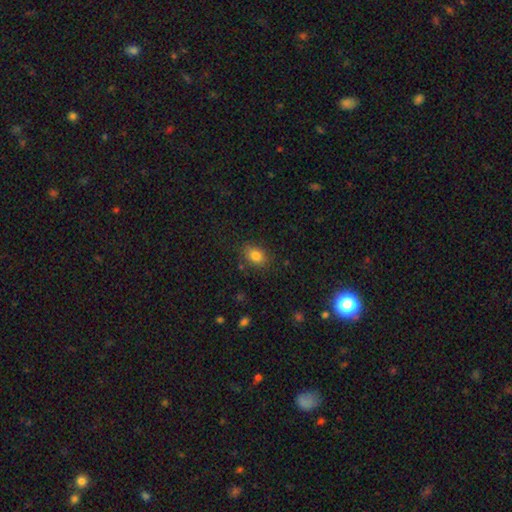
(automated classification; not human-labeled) Smooth or featured? smooth (82%)
How rounded? in between (74%)
Merging? none (81%)